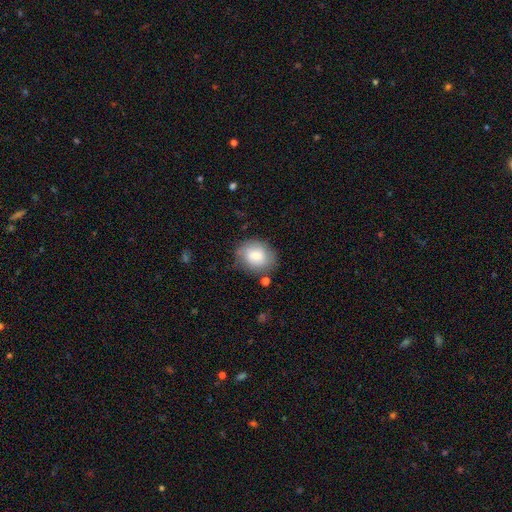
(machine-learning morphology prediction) smooth_or_featured: smooth (p=0.79) [alt: featured or disk p=0.14]
how_rounded: in between (p=0.52) [alt: round p=0.47]
merging: none (p=0.72) [alt: minor disturbance p=0.19]